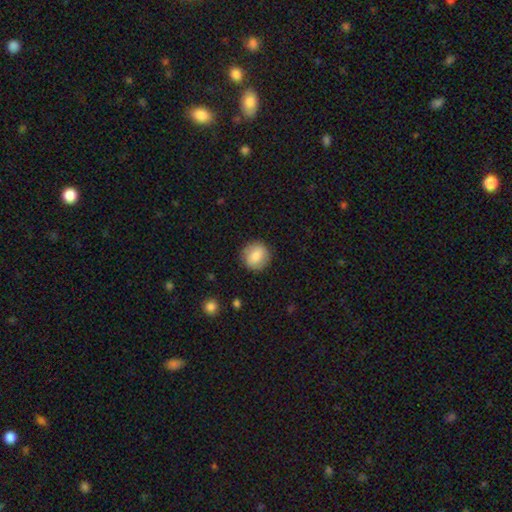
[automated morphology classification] Smooth or featured? smooth (78%)
How rounded? round (89%)
Merging? none (88%)